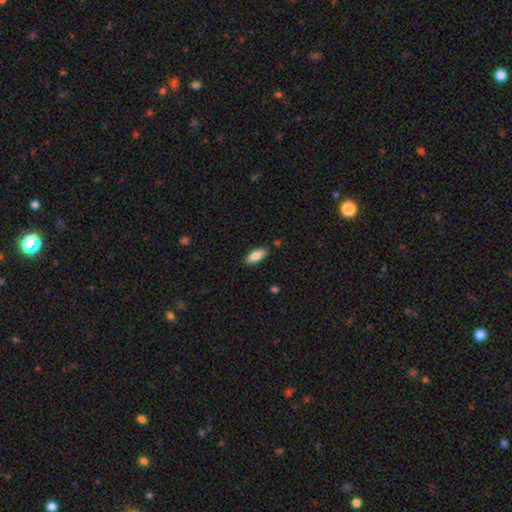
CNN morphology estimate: Smooth or featured? Predicted: smooth (p=0.84). How rounded? Predicted: in between (p=0.83). Merging? Predicted: none (p=0.84).